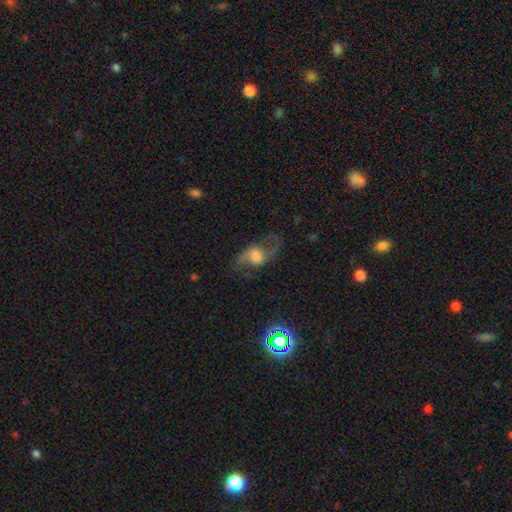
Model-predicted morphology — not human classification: Smooth or featured: featured or disk — 73% (smooth — 18%)
Edge-on disk: no — 95% (yes — 5%)
Bar: no — 55% (weak — 35%)
Spiral arms: yes — 91% (no — 9%)
Spiral winding: loose — 63% (medium — 31%)
Spiral arm count: 2 — 91% (can't tell — 3%)
Bulge size: moderate — 42% (large — 25%)
Merging: none — 65% (major disturbance — 17%)